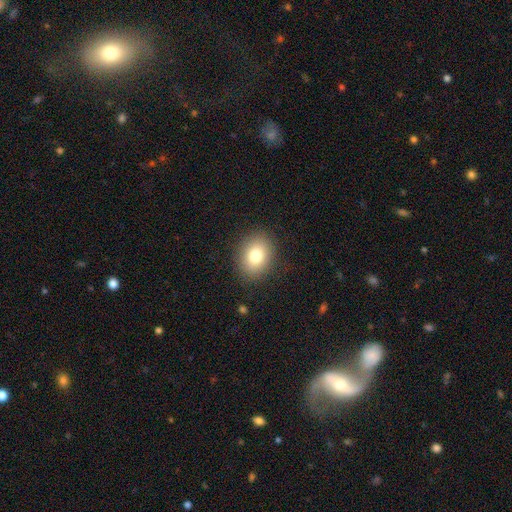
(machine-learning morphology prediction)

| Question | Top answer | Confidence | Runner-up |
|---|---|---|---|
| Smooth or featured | smooth | 79% | featured or disk (10%) |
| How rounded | in between | 55% | round (44%) |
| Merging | none | 88% | minor disturbance (8%) |